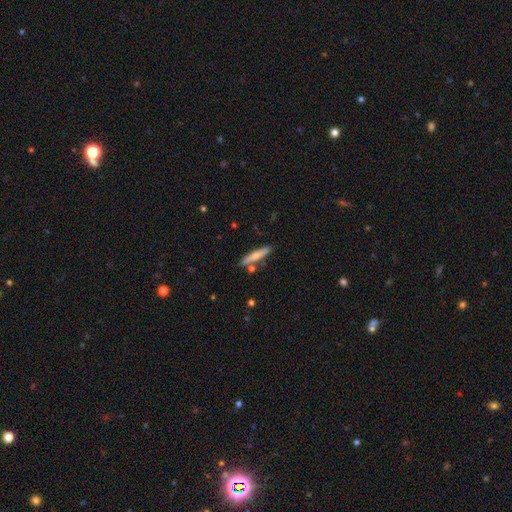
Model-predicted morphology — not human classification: The model was most divided on "smooth or featured": smooth: 64%, featured or disk: 30%, star or artifact: 6%. More confident: how rounded — cigar-shaped (89%); merging — none (79%).